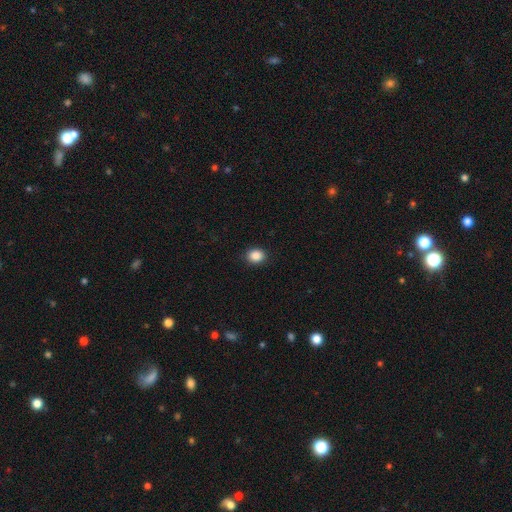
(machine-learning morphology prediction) type=smooth (88%); roundness=round (65%); merging=none (90%).